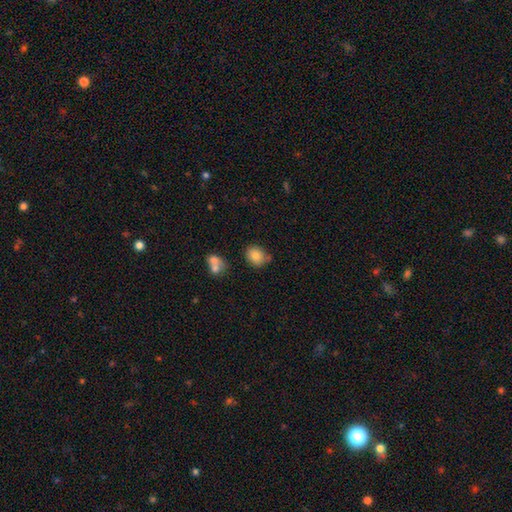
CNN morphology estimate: smooth 83%, star or artifact 10%, featured or disk 7%. Down the decision tree: how rounded — round (58%); merging — none (67%).